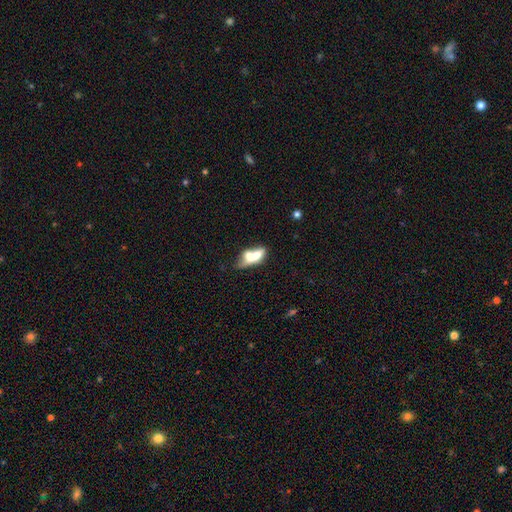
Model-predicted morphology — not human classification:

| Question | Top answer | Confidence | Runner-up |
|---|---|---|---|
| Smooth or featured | smooth | 59% | featured or disk (32%) |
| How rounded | in between | 67% | cigar-shaped (25%) |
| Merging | merger | 55% | none (22%) |